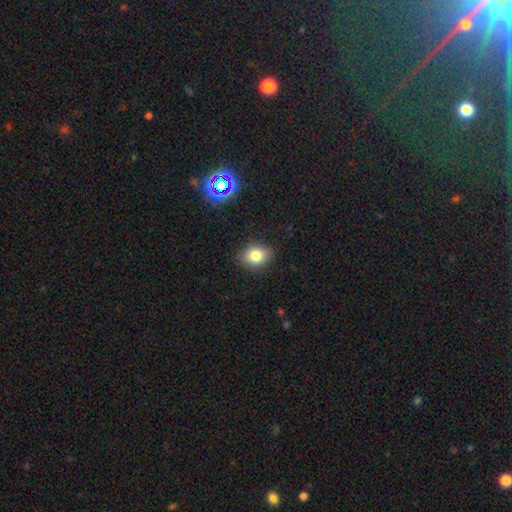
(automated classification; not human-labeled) This is clearly a smooth galaxy (80%). How rounded: possibly in between (54%). Merging: clearly none (85%).